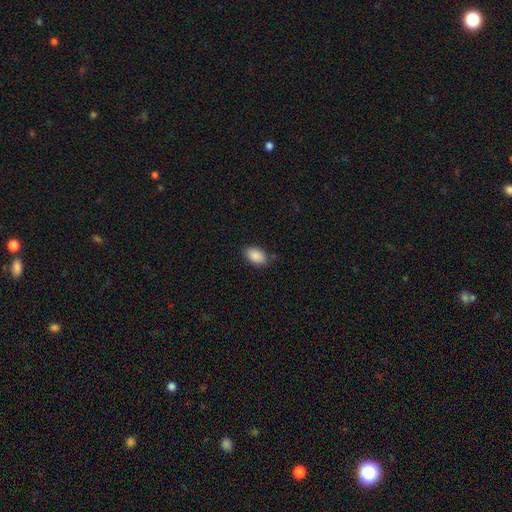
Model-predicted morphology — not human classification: Smooth or featured? Predicted: smooth (p=0.89). How rounded? Predicted: in between (p=0.91). Merging? Predicted: none (p=0.82).